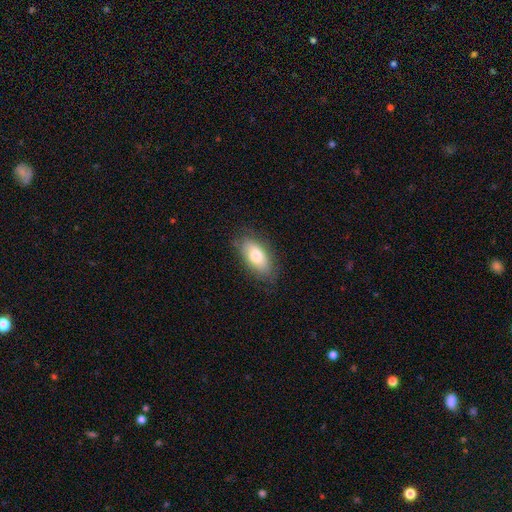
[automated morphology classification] A smooth galaxy with no disk features (76%) that is in between round and cigar-shaped (89%). Merging: none (82%).